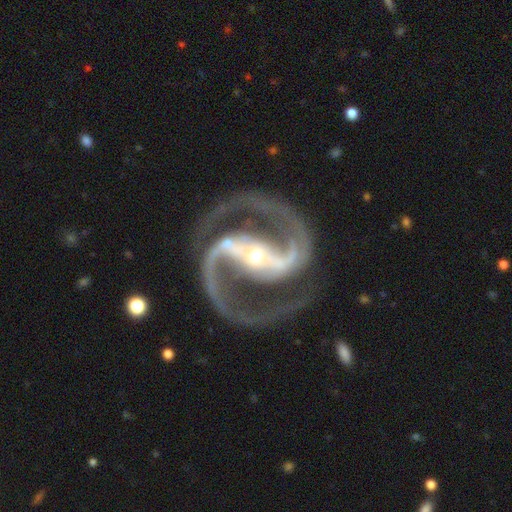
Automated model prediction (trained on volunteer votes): featured or disk 94%, star or artifact 4%, smooth 2%. Down the decision tree: edge-on disk — no (98%); bar — strong (75%); spiral arms — yes (99%); spiral arm count — 2 (95%); spiral winding — medium (70%); bulge size — small (64%); merging — none (83%).